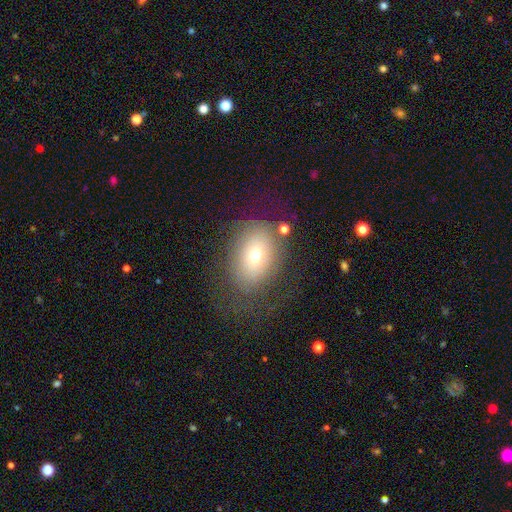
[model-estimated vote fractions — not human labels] Smooth or featured? Predicted: smooth (p=0.59). How rounded? Predicted: in between (p=0.64). Merging? Predicted: none (p=0.60).